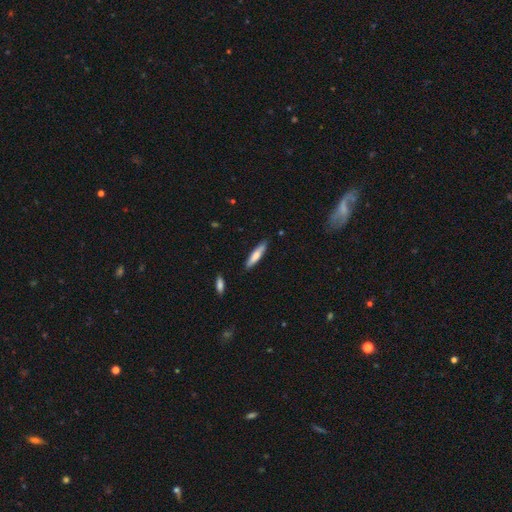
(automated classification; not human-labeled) A smooth galaxy with no disk features (67%) that is cigar-shaped (83%). Merging: none (85%).